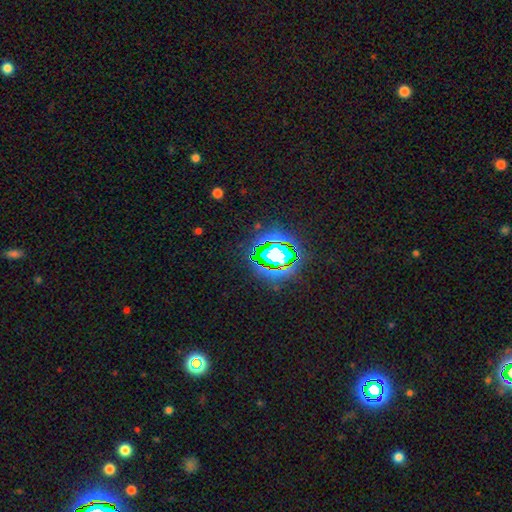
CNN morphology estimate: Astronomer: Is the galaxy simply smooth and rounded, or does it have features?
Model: star or artifact — 79%.